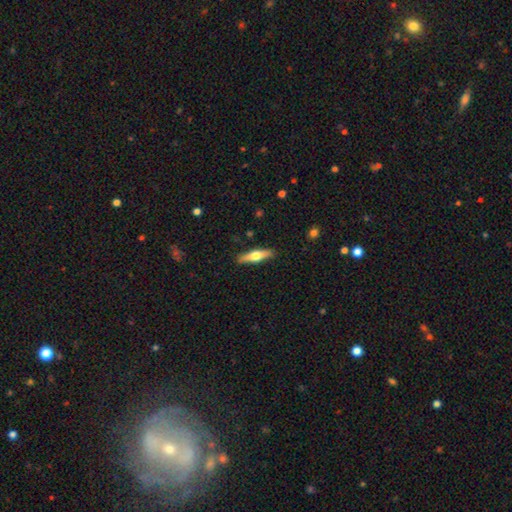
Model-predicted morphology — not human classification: smooth-or-featured: featured or disk: 51% | smooth: 44% | star or artifact: 5%
  disk-edge-on: yes: 93% | no: 7%
  merging: none: 89% | minor disturbance: 8% | major disturbance: 2% | merger: 1%